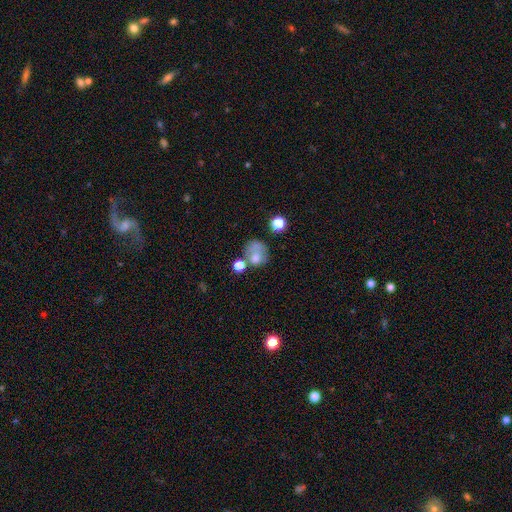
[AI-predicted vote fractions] This appears to be a smooth galaxy with no disk features (65%) that is round (65%). Merging: none (33%).